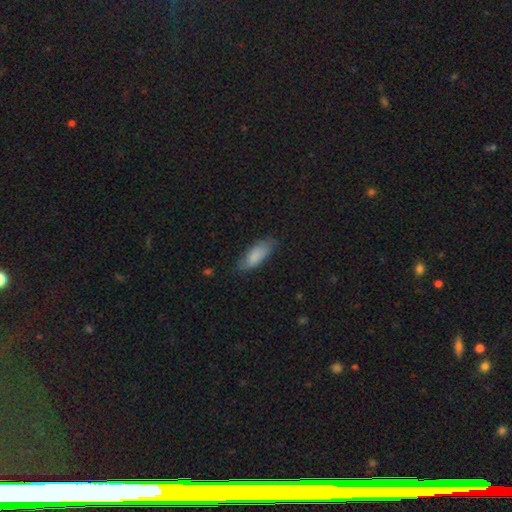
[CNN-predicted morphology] Smooth or featured? Predicted: smooth (p=0.84). How rounded? Predicted: in between (p=0.72). Merging? Predicted: none (p=0.75).